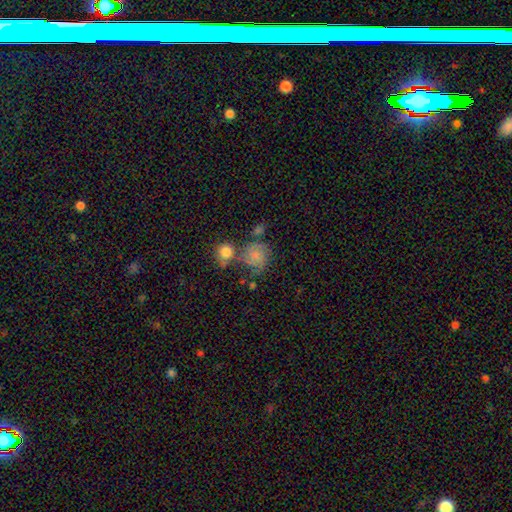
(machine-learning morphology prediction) This is possibly a smooth galaxy (58%). How rounded: likely round (75%). Merging: possibly none (46%).